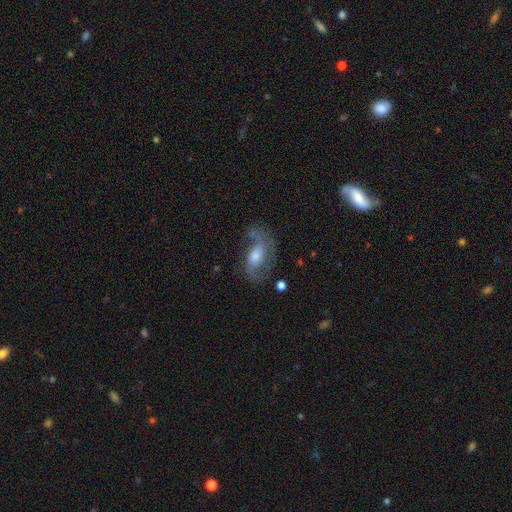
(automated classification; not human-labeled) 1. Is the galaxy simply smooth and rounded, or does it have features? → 79% featured or disk, 14% smooth, 8% star or artifact.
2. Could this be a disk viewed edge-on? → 96% no, 4% yes.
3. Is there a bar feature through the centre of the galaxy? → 48% no, 40% weak, 12% strong.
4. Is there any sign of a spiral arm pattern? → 91% yes, 9% no.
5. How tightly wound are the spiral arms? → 44% loose (tied), 44% medium (tied), 13% tight.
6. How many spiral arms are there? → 85% 2, 6% 1, 5% can't tell, 2% 3, 1% 4, 1% more than 4.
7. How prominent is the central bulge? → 55% moderate, 25% small, 14% large, 4% none, 2% dominant.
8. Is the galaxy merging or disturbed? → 59% none, 20% minor disturbance, 17% major disturbance, 4% merger.